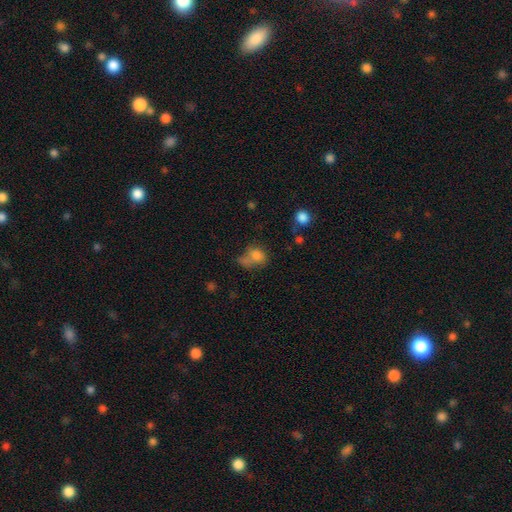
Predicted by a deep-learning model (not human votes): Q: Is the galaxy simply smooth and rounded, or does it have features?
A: smooth — 76%.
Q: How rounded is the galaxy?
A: in between — 58%.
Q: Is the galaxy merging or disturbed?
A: merger — 34%, tied with none.